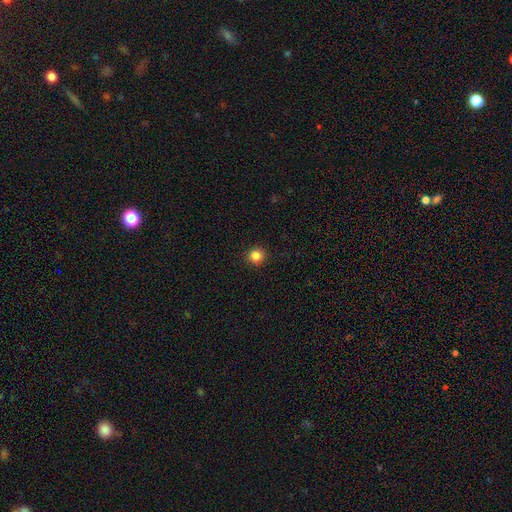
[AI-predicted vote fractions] Morphology: type=smooth (86%); roundness=round (93%); merging=none (92%).